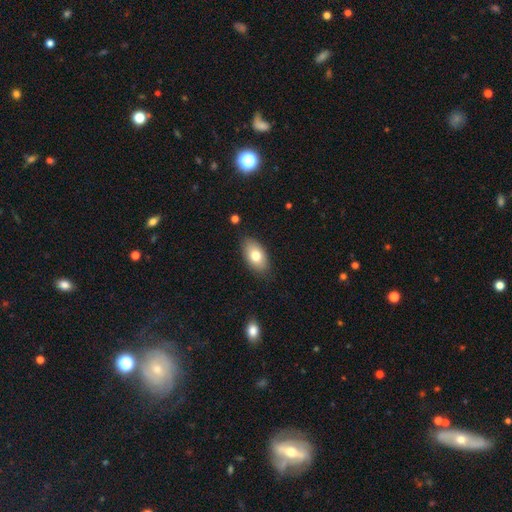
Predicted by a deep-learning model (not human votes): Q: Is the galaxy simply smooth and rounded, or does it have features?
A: smooth — 76%.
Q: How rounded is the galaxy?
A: in between — 92%.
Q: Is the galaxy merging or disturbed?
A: none — 83%.